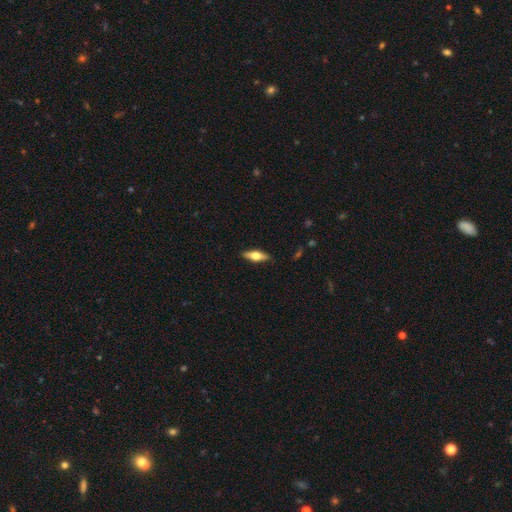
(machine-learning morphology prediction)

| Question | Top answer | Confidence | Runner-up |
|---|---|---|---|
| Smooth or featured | featured or disk | 49% | smooth (45%) |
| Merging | none | 89% | minor disturbance (8%) |